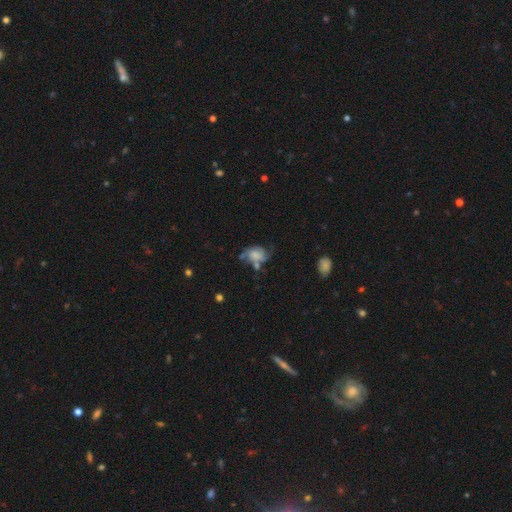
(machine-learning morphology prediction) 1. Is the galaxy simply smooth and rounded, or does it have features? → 50% featured or disk, 40% smooth, 10% star or artifact.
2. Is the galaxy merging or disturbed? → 36% none, 26% minor disturbance, 26% major disturbance, 12% merger.